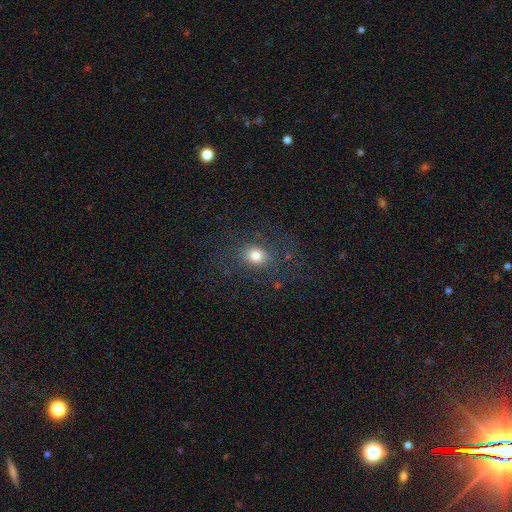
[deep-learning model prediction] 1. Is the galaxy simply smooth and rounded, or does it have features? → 70% smooth, 15% star or artifact, 15% featured or disk.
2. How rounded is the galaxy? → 55% round, 43% in between, 2% cigar-shaped.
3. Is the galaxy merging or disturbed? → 71% none, 15% minor disturbance, 12% major disturbance, 2% merger.